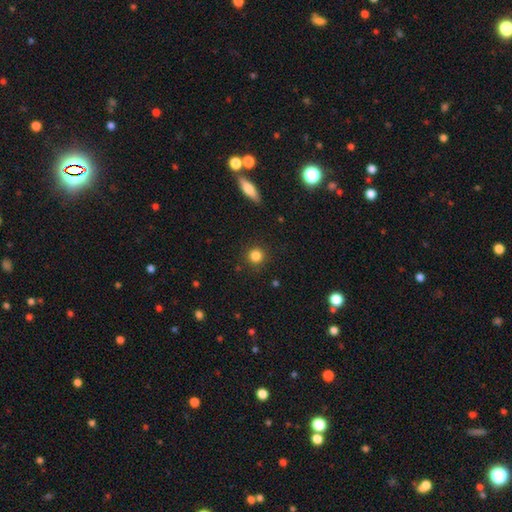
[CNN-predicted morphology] smooth 85%, star or artifact 11%, featured or disk 5%. Down the decision tree: how rounded — round (92%); merging — none (90%).